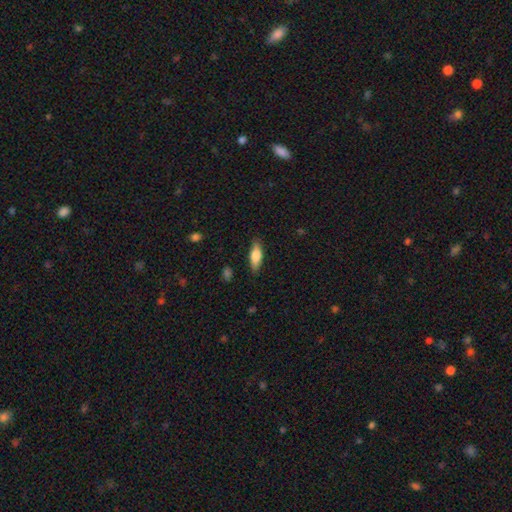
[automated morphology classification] Smooth or featured? Predicted: smooth (p=0.71). How rounded? Predicted: in between (p=0.61). Merging? Predicted: none (p=0.84).